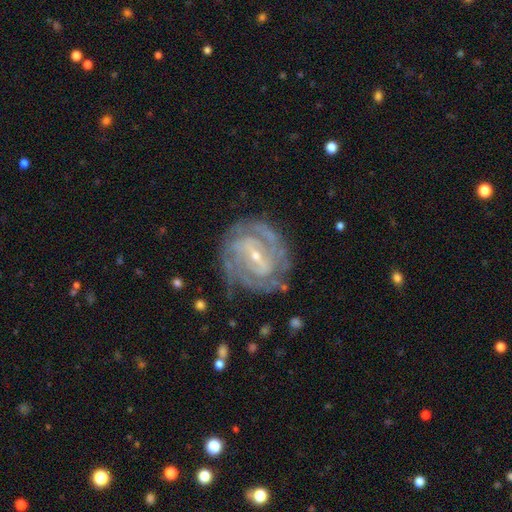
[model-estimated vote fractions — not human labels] smooth-or-featured: featured or disk: 88% | smooth: 7% | star or artifact: 5%
  disk-edge-on: no: 97% | yes: 3%
    bar: strong: 44% | weak: 41% | no: 15%
    has-spiral-arms: yes: 94% | no: 6%
      spiral-winding: tight: 66% | medium: 28% | loose: 6%
      spiral-arm-count: 2: 37% | can't tell: 28% | 3: 18% | 4: 9% | 1: 4% | more than 4: 4%
    bulge-size: small: 70% | moderate: 27% | none: 1% | large: 1% | dominant: 1%
  merging: none: 74% | minor disturbance: 17% | major disturbance: 7% | merger: 2%